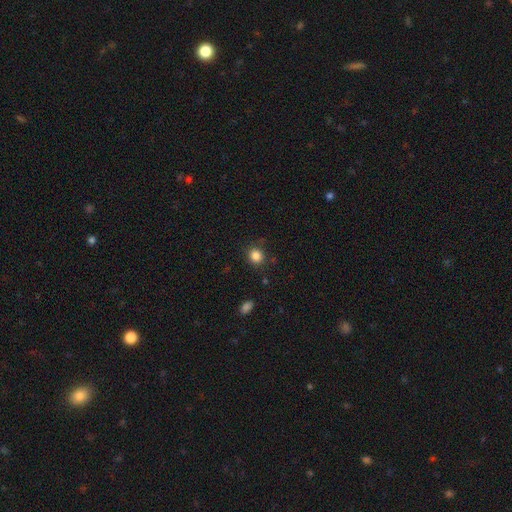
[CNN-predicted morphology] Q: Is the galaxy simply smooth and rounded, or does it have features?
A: smooth — 84%.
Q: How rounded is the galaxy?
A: round — 84%.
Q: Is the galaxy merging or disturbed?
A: none — 84%.